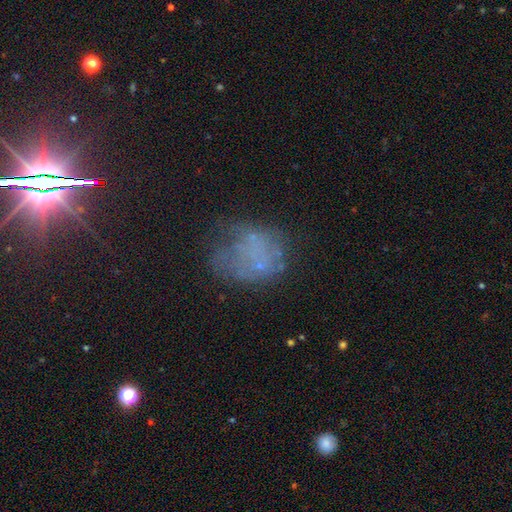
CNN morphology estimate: This appears to be a smooth galaxy with no disk features (39%). Merging: none (49%).